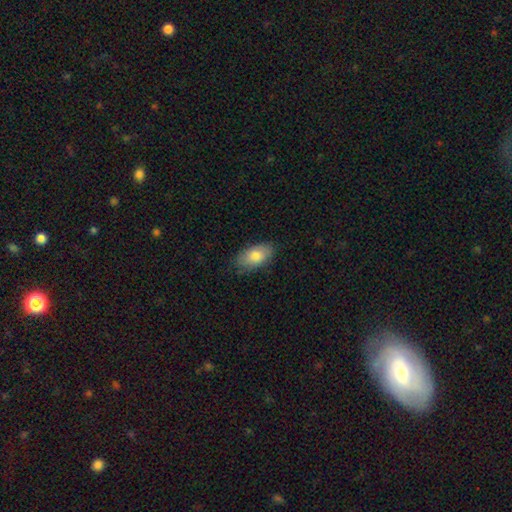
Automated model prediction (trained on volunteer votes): smooth_or_featured: smooth (p=0.77) [alt: featured or disk p=0.17]
how_rounded: in between (p=0.92) [alt: round p=0.05]
merging: none (p=0.80) [alt: minor disturbance p=0.16]